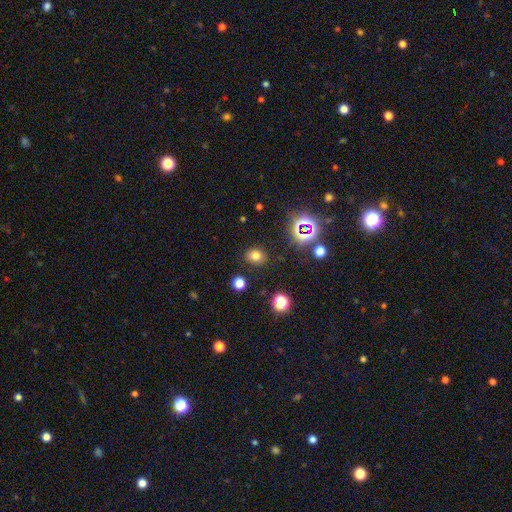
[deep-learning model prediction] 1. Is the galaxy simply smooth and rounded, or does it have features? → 73% smooth, 21% star or artifact, 7% featured or disk.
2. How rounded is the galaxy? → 62% round, 37% in between, 1% cigar-shaped.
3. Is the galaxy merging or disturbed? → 86% none, 9% minor disturbance, 3% major disturbance, 2% merger.